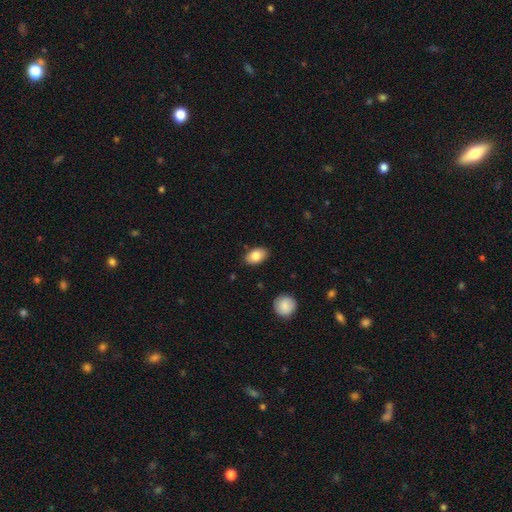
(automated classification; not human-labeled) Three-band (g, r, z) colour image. It shows a smooth galaxy with no disk features (83%) that is in between round and cigar-shaped (87%). Merging: none (85%).